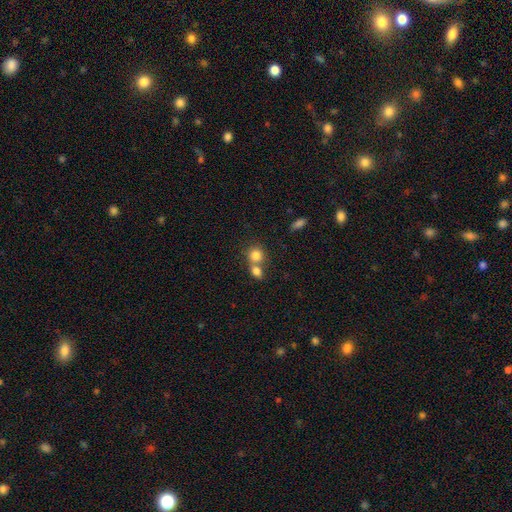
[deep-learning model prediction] Smooth or featured? Predicted: smooth (p=0.82). How rounded? Predicted: round (p=0.76). Merging? Predicted: merger (p=0.51).